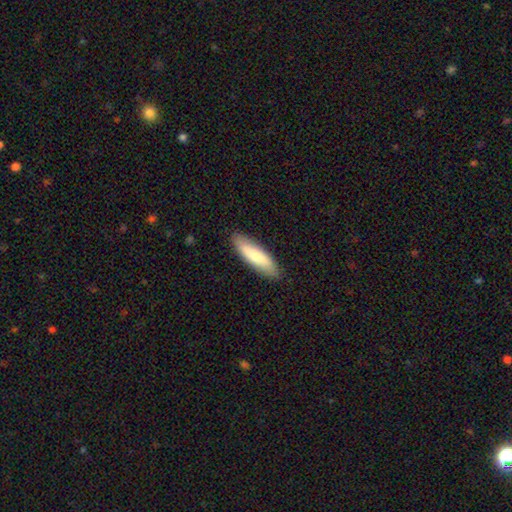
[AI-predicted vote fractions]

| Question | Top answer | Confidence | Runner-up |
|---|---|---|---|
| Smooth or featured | smooth | 75% | featured or disk (19%) |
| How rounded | cigar-shaped | 62% | in between (36%) |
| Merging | none | 87% | minor disturbance (10%) |